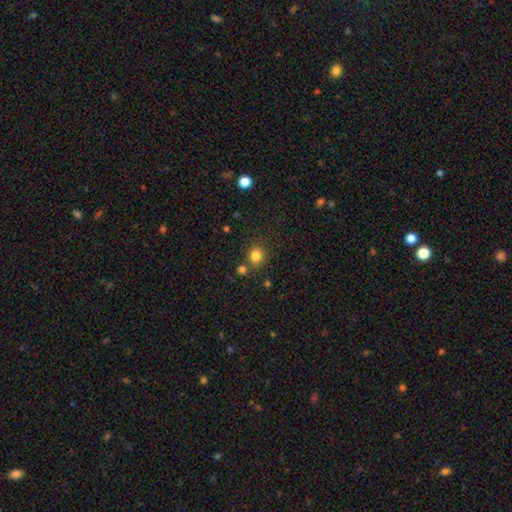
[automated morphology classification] smooth-or-featured: smooth: 82% | star or artifact: 13% | featured or disk: 5%
  how-rounded: round: 87% | in between: 12% | cigar-shaped: 1%
  merging: none: 77% | merger: 11% | minor disturbance: 9% | major disturbance: 3%